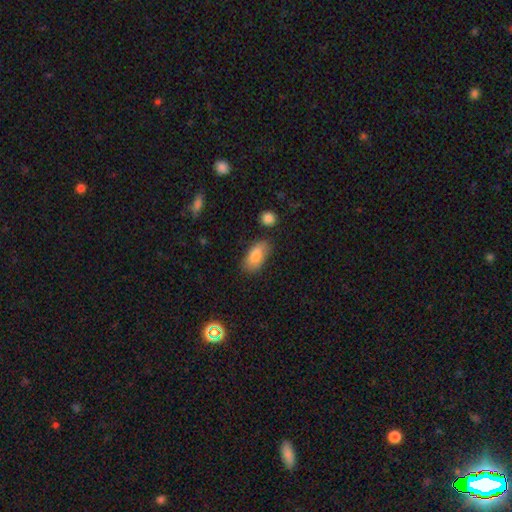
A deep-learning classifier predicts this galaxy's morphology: A smooth galaxy with no disk features (83%) that is in between round and cigar-shaped (91%). Merging: none (70%).